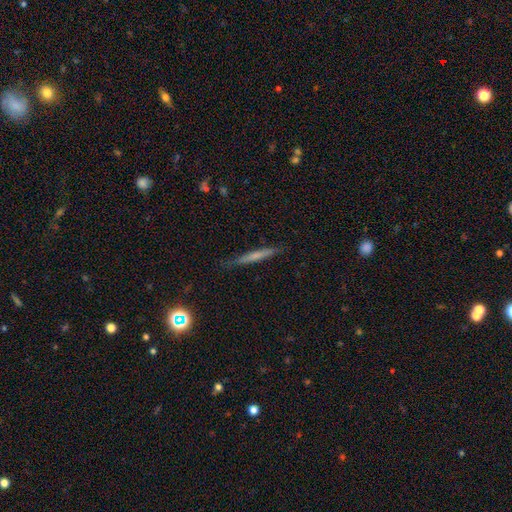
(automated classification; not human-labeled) The model was most divided on "smooth or featured": smooth: 52%, featured or disk: 40%, star or artifact: 8%. More confident: how rounded — cigar-shaped (94%); merging — none (83%).